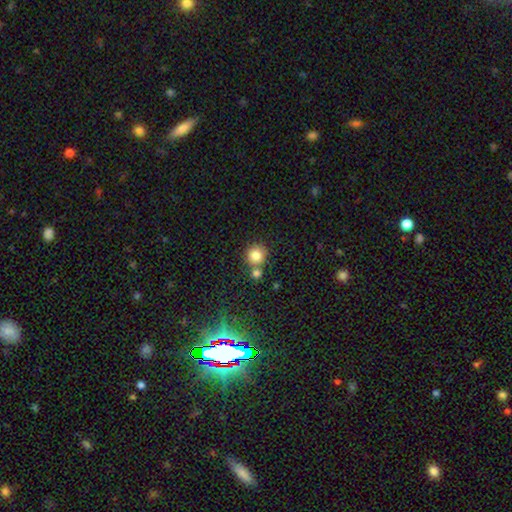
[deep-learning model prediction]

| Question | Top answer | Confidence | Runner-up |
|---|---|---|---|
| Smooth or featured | smooth | 82% | star or artifact (11%) |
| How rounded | round | 92% | in between (8%) |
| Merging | none | 62% | merger (27%) |